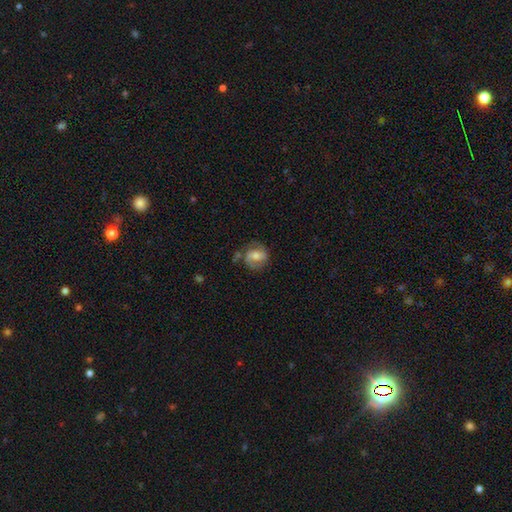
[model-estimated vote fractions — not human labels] This appears to be a featured or disk galaxy (53%) with no bar (44%), spiral arms (81%) and a moderate central bulge (60%). Merging: none (59%).